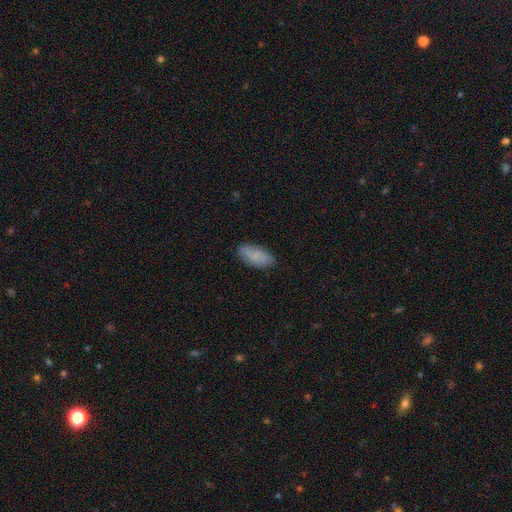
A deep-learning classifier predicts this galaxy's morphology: A smooth galaxy with no disk features (81%) that is in between round and cigar-shaped (90%).

Vote fractions:
- Smooth or featured? smooth: 81% / featured or disk: 13% / star or artifact: 7%
- How rounded? in between: 90% / cigar-shaped: 7% / round: 2%
- Merging? none: 79% / minor disturbance: 16% / major disturbance: 3% / merger: 1%